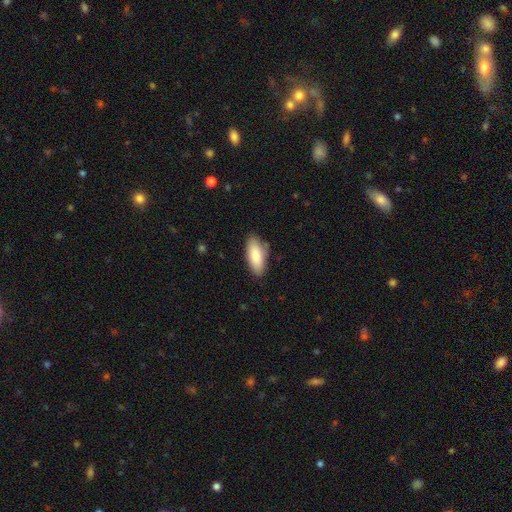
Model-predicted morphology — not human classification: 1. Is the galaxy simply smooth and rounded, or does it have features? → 84% smooth, 10% featured or disk, 6% star or artifact.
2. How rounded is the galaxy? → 80% in between, 18% cigar-shaped, 2% round.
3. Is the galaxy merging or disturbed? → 81% none, 14% minor disturbance, 3% major disturbance, 2% merger.